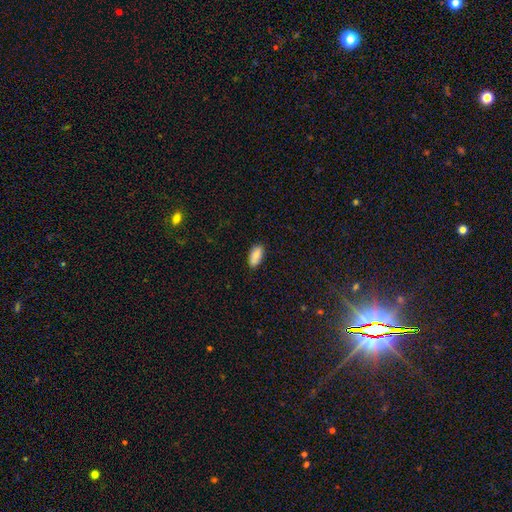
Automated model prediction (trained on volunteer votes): smooth 85%, featured or disk 8%, star or artifact 7%. Down the decision tree: how rounded — in between (91%); merging — none (86%).